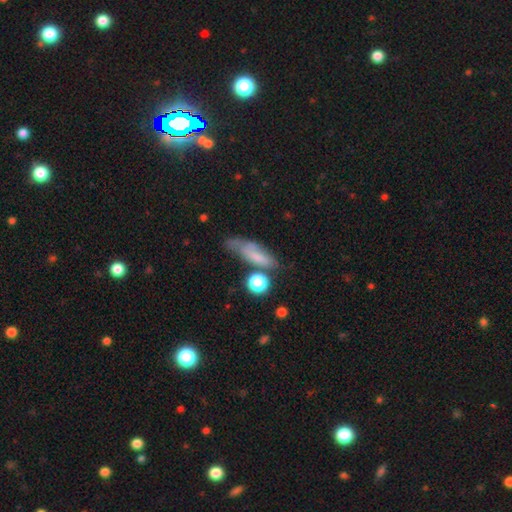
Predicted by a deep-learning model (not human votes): Q: Smooth or featured?
A: smooth (61%); runner-up: featured or disk (27%)
Q: How rounded?
A: in between (49%); runner-up: cigar-shaped (42%)
Q: Merging?
A: none (42%); runner-up: minor disturbance (29%)